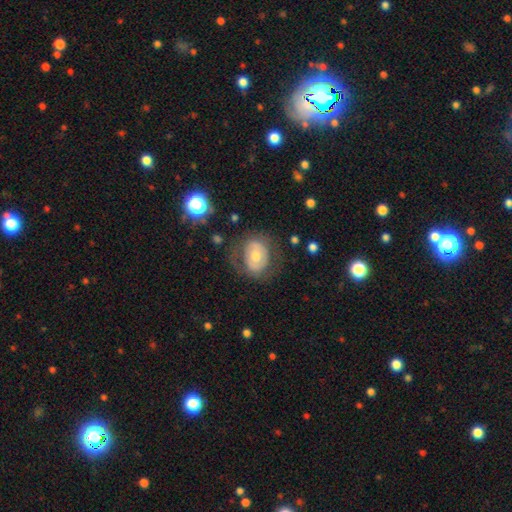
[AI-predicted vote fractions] Morphology: type=featured or disk (47%); merging=none (66%).